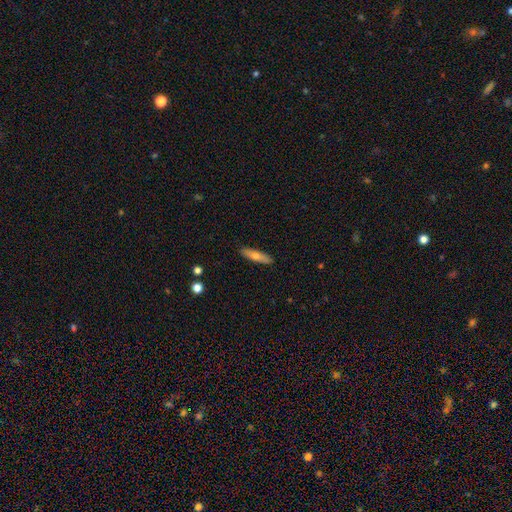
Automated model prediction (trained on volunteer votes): This is likely a smooth galaxy (62%). How rounded: likely cigar-shaped (76%). Merging: clearly none (90%).